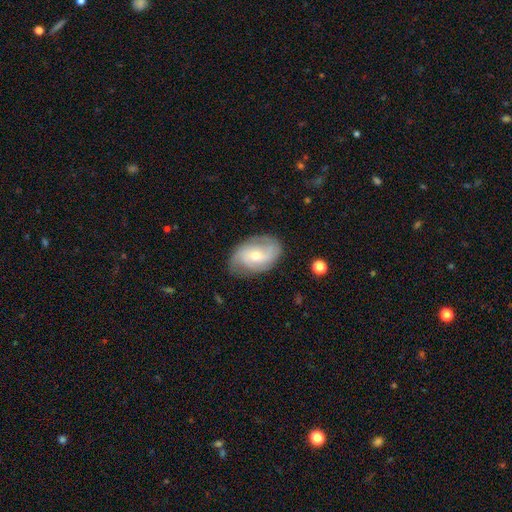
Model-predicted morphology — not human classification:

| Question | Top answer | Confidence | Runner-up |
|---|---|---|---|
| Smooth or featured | featured or disk | 72% | smooth (22%) |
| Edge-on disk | no | 96% | yes (4%) |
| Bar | no | 57% | weak (34%) |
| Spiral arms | yes | 91% | no (9%) |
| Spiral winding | medium | 43% | tight (34%) |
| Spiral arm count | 2 | 44% | 3 (24%) |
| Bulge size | small | 49% | moderate (47%) |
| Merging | none | 76% | minor disturbance (17%) |